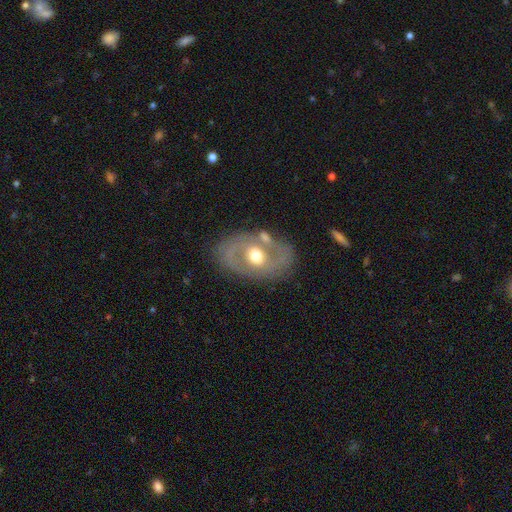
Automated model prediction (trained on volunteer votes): smooth_or_featured: featured or disk (p=0.71) [alt: smooth p=0.23]
disk_edge_on: no (p=0.94) [alt: yes p=0.06]
bar: no (p=0.63) [alt: weak p=0.28]
has_spiral_arms: yes (p=0.57) [alt: no p=0.43]
bulge_size: moderate (p=0.74) [alt: large p=0.14]
merging: none (p=0.69) [alt: minor disturbance p=0.17]